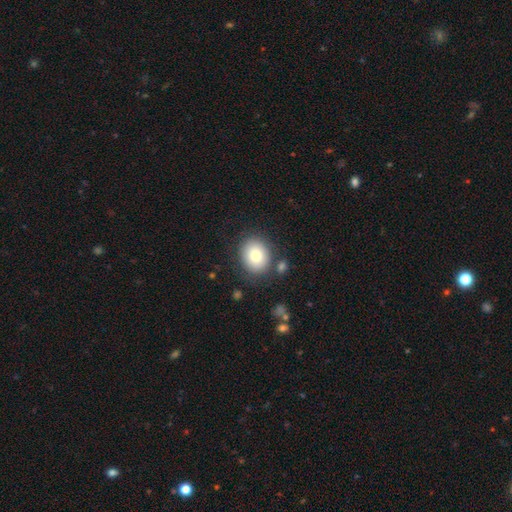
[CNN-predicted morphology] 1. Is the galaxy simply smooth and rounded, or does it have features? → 82% smooth, 10% featured or disk, 8% star or artifact.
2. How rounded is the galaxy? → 53% round, 46% in between, 1% cigar-shaped.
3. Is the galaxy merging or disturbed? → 80% none, 12% minor disturbance, 4% merger, 4% major disturbance.